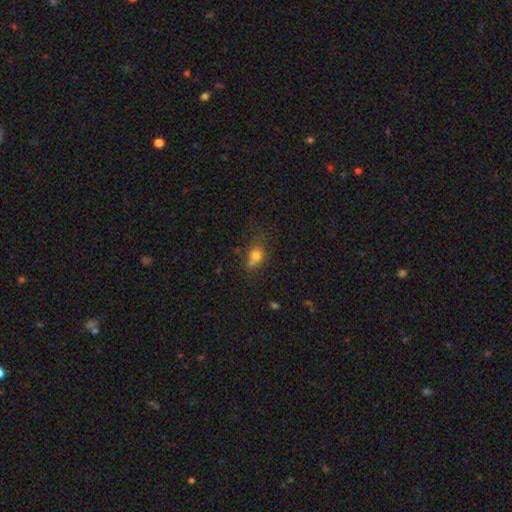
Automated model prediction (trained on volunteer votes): smooth 71%, featured or disk 15%, star or artifact 14%. Down the decision tree: how rounded — round (51%); merging — none (46%).